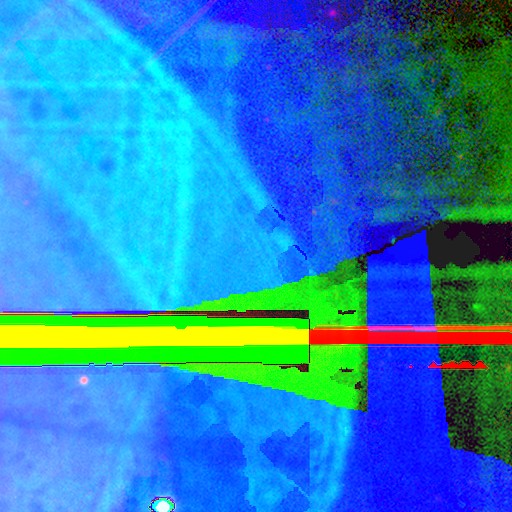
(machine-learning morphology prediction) smooth-or-featured: star or artifact: 87% | featured or disk: 8% | smooth: 6%